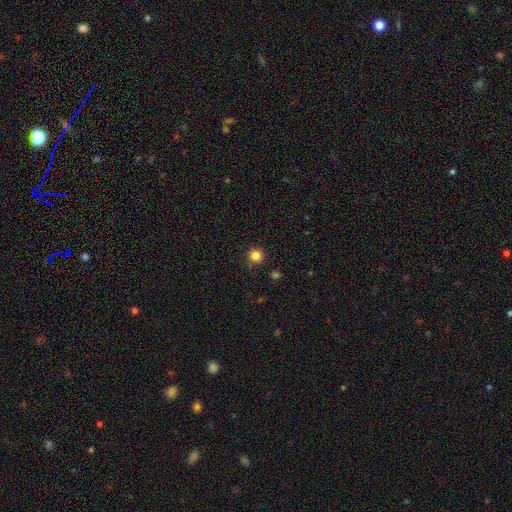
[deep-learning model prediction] Q: Smooth or featured?
A: smooth (85%); runner-up: star or artifact (12%)
Q: How rounded?
A: round (94%); runner-up: in between (5%)
Q: Merging?
A: none (89%); runner-up: minor disturbance (7%)